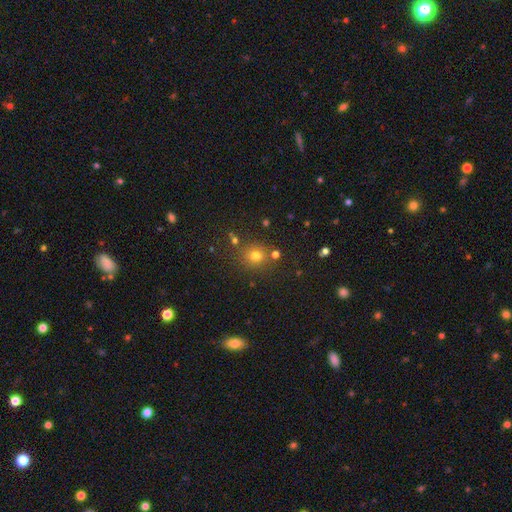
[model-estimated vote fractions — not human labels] Q: Smooth or featured?
A: smooth (71%); runner-up: star or artifact (21%)
Q: How rounded?
A: round (76%); runner-up: in between (23%)
Q: Merging?
A: none (75%); runner-up: minor disturbance (11%)